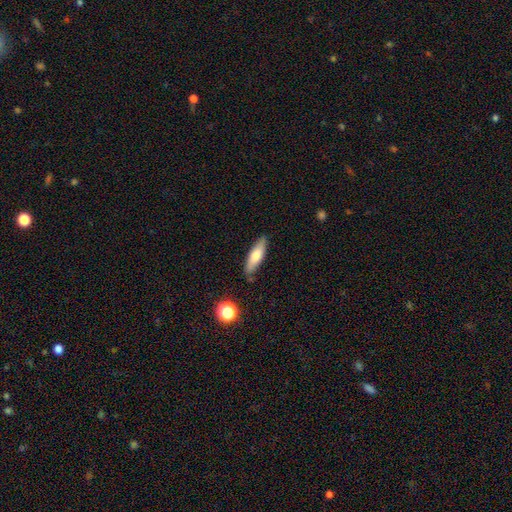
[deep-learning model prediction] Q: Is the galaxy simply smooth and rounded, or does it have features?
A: smooth — 66%.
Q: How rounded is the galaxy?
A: cigar-shaped — 58%.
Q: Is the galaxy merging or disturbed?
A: none — 82%.